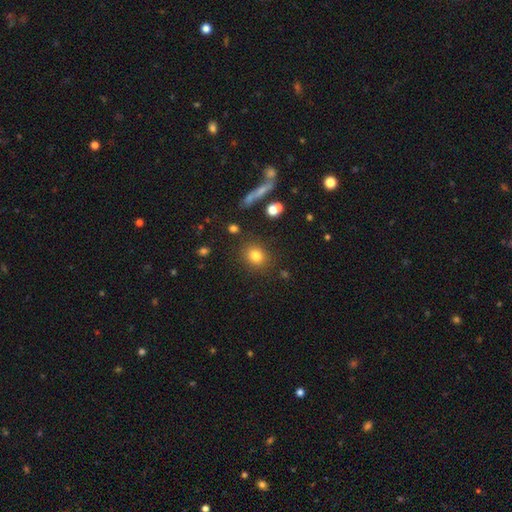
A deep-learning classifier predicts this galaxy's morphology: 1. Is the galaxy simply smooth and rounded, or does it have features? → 79% smooth, 13% star or artifact, 8% featured or disk.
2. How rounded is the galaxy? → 68% round, 30% in between, 2% cigar-shaped.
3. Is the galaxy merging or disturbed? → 85% none, 9% minor disturbance, 3% major disturbance, 3% merger.